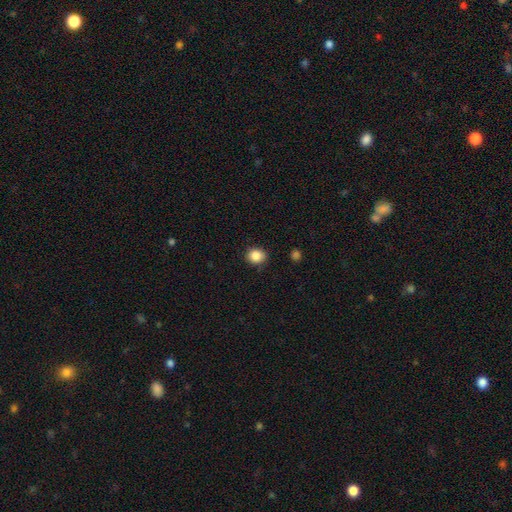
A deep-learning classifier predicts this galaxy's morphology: A smooth galaxy with no disk features (86%) that is round (74%). Merging: none (88%).